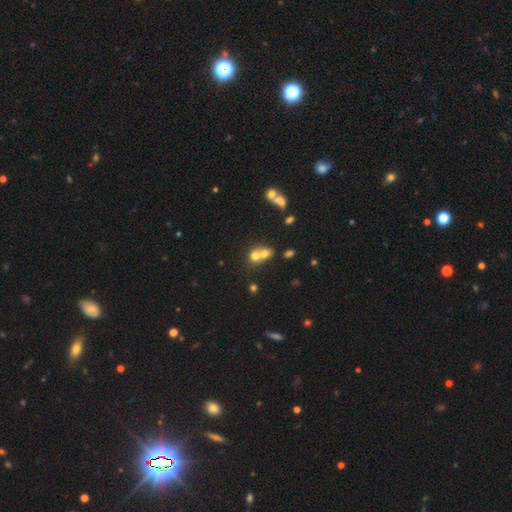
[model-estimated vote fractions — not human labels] Smooth or featured? smooth (67%)
How rounded? round (70%)
Merging? merger (64%)